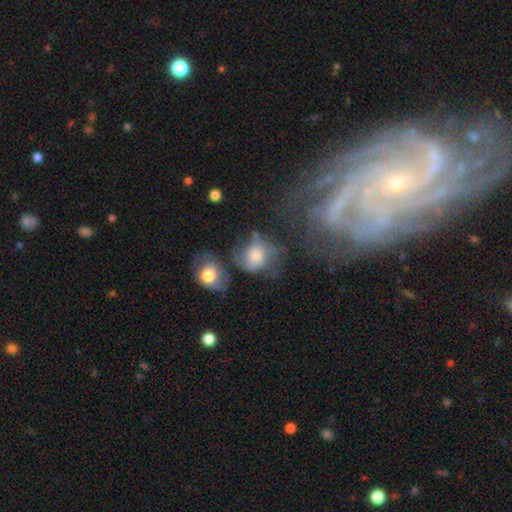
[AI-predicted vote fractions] Smooth or featured? Predicted: smooth (p=0.56). How rounded? Predicted: round (p=0.64). Merging? Predicted: none (p=0.34).